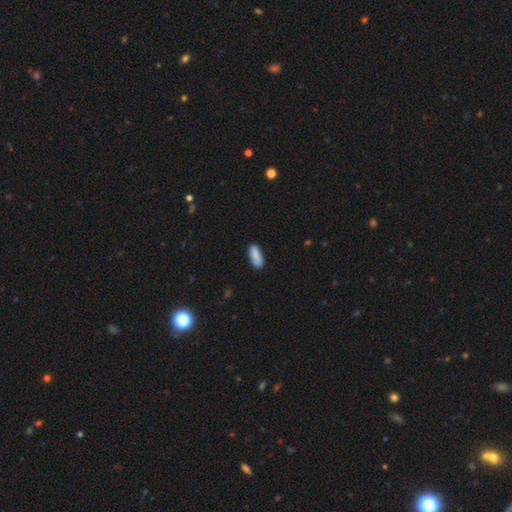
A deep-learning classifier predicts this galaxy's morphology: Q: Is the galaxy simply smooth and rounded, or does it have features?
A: smooth — 86%.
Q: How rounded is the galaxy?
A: in between — 77%.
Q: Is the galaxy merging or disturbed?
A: none — 83%.